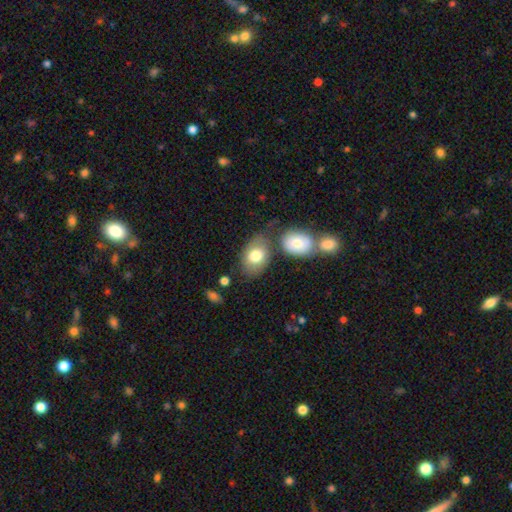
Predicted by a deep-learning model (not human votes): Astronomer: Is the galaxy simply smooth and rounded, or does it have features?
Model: smooth — 76%.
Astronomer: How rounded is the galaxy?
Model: in between — 80%.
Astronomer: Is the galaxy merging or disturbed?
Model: none — 59%.